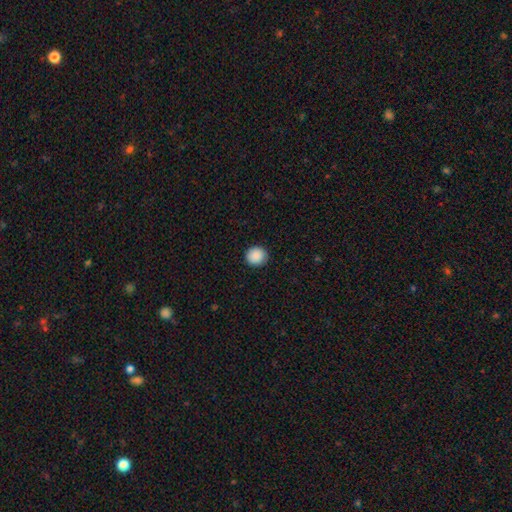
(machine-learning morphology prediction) smooth 90%, star or artifact 8%, featured or disk 2%. Down the decision tree: how rounded — round (92%); merging — none (92%).